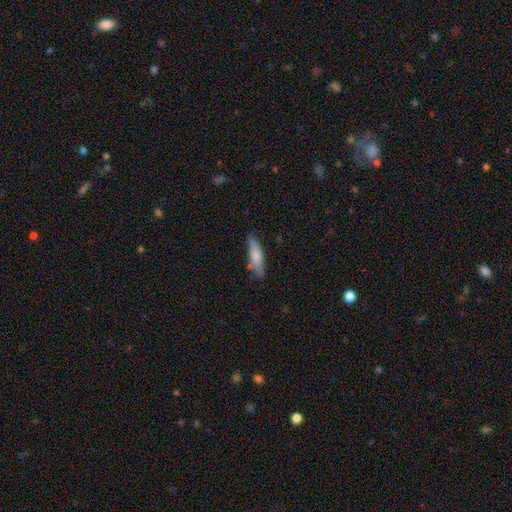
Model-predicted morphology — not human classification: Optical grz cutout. It shows a smooth galaxy with no disk features (74%) that is cigar-shaped (67%). Merging: none (70%).